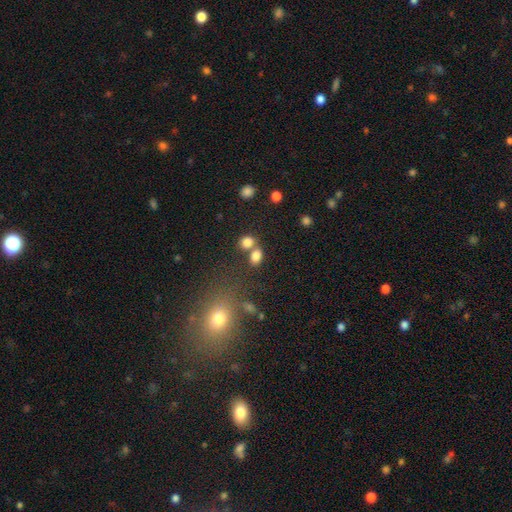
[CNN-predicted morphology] Smooth or featured: smooth — 80% (star or artifact — 13%)
How rounded: in between — 67% (round — 31%)
Merging: none — 46% (merger — 39%)